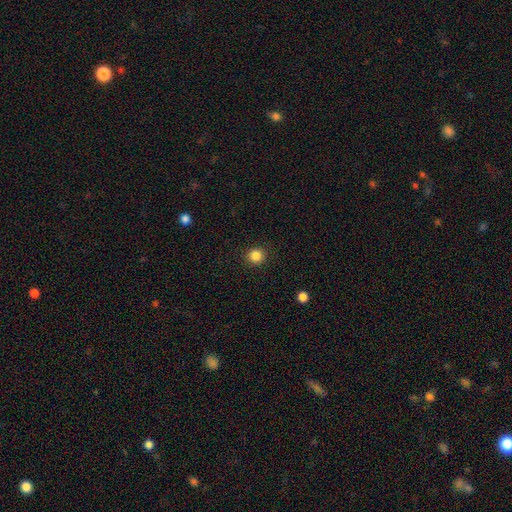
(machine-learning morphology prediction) Smooth or featured: smooth — 85% (star or artifact — 11%)
How rounded: round — 92% (in between — 7%)
Merging: none — 92% (minor disturbance — 5%)